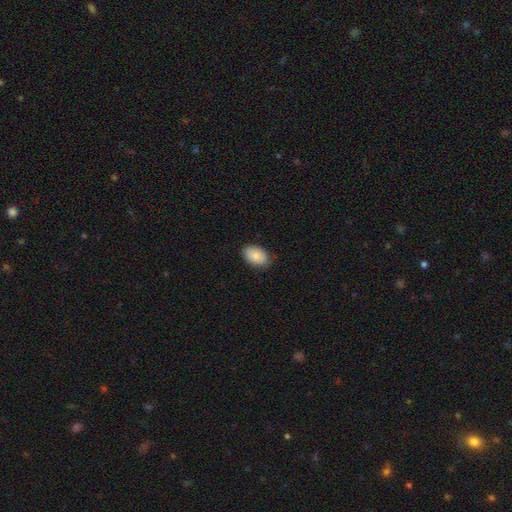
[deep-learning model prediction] smooth_or_featured: smooth (p=0.86) [alt: featured or disk p=0.08]
how_rounded: in between (p=0.89) [alt: round p=0.10]
merging: none (p=0.83) [alt: minor disturbance p=0.14]